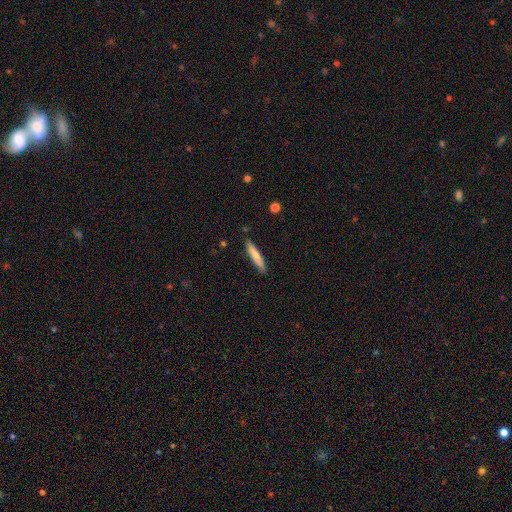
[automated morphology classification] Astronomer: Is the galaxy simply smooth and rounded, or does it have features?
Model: smooth — 71%.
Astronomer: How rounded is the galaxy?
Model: cigar-shaped — 91%.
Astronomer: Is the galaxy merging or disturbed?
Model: none — 88%.